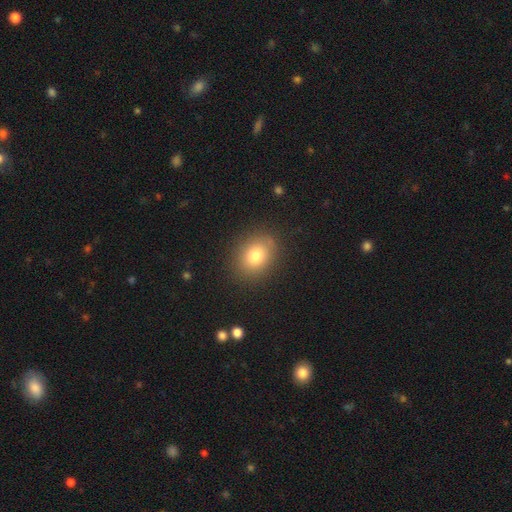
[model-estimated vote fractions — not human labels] Smooth or featured? Predicted: smooth (p=0.79). How rounded? Predicted: round (p=0.52). Merging? Predicted: none (p=0.85).